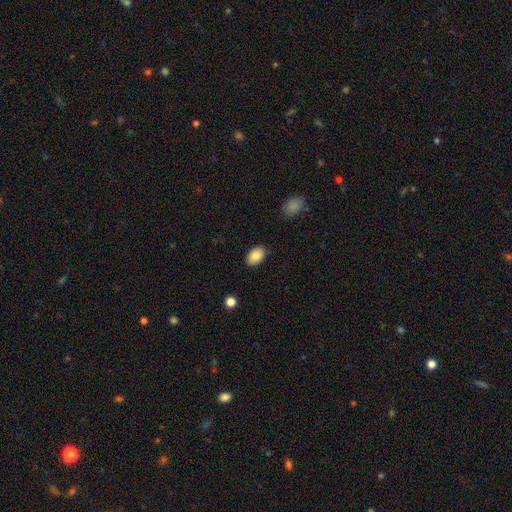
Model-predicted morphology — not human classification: This appears to be a smooth galaxy with no disk features (87%) that is in between round and cigar-shaped (91%). Merging: none (87%).